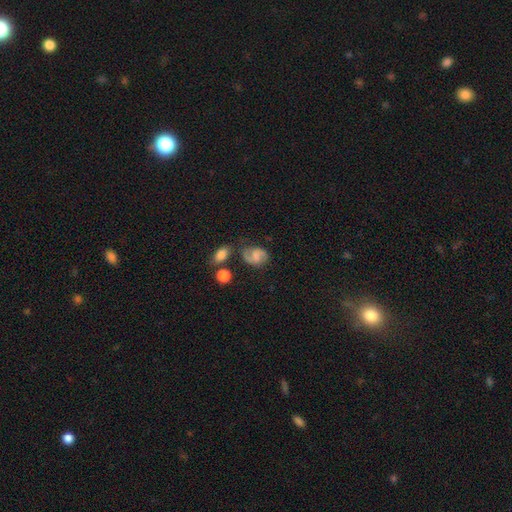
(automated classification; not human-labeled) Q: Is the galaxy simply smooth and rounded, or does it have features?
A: featured or disk — 59%.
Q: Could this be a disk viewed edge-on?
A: no — 97%.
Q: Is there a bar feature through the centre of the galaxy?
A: weak — 45%.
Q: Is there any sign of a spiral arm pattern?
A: yes — 90%.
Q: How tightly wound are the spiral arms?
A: medium — 48%.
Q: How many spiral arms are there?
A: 2 — 88%.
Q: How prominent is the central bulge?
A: none — 45%.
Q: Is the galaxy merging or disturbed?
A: none — 61%.